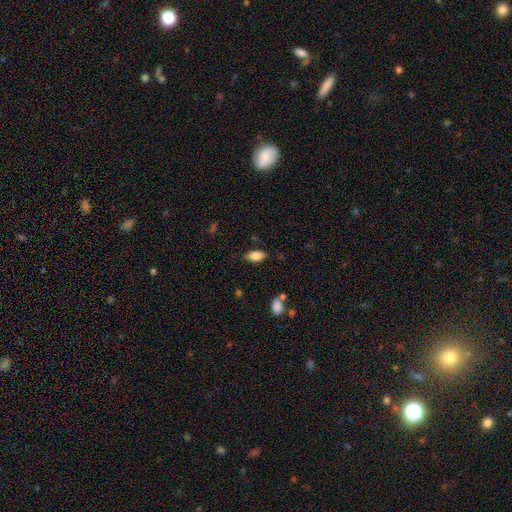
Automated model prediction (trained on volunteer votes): Overall: smooth (83%). How rounded: in between (91%). Merging: none (82%).